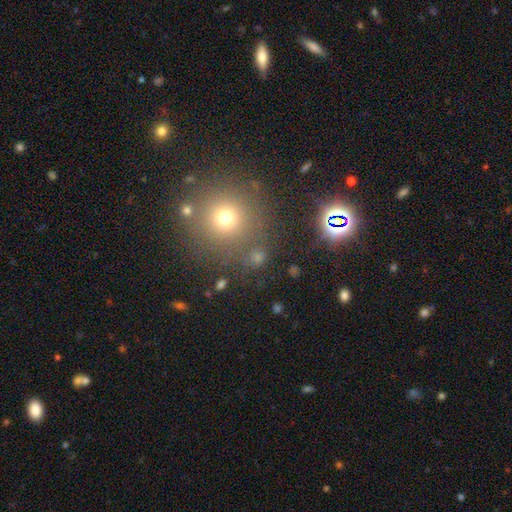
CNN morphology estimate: Smooth or featured?
  - smooth: 54% *
  - star or artifact: 37%
  - featured or disk: 9%
How rounded?
  - round: 88% *
  - in between: 11%
  - cigar-shaped: 1%
Merging?
  - none: 77% *
  - merger: 9%
  - minor disturbance: 9%
  - major disturbance: 5%